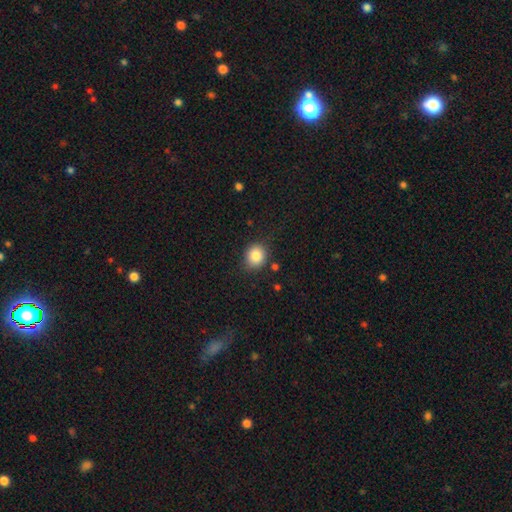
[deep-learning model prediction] A smooth galaxy with no disk features (84%) that is round (78%). Merging: none (83%).